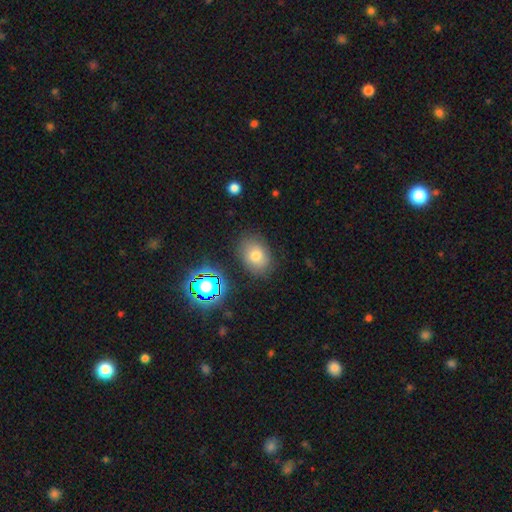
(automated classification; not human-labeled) smooth 71%, star or artifact 15%, featured or disk 14%. Down the decision tree: how rounded — in between (70%); merging — none (80%).